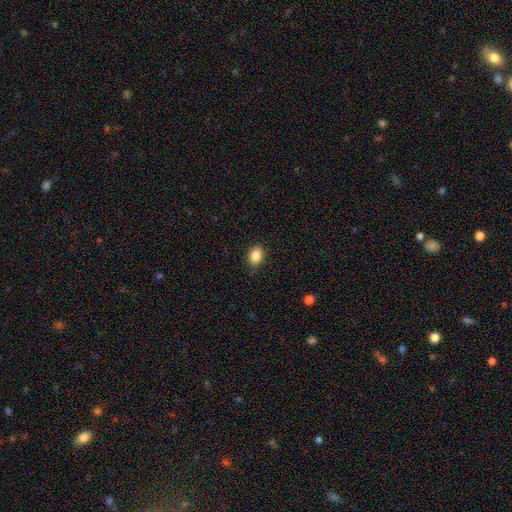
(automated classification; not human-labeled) Smooth or featured? Predicted: smooth (p=0.86). How rounded? Predicted: in between (p=0.83). Merging? Predicted: none (p=0.80).